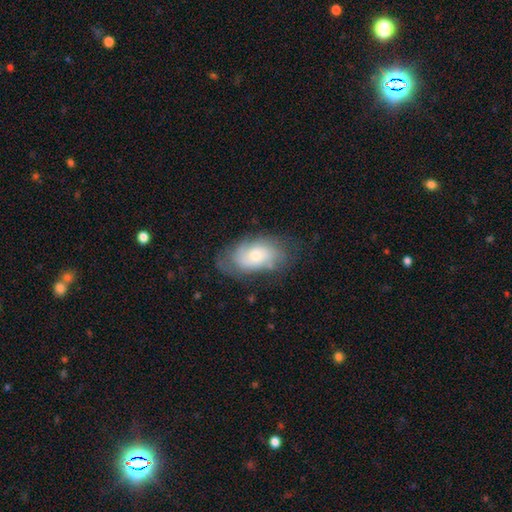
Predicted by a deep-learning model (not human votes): Smooth or featured?
  - featured or disk: 49% *
  - smooth: 43%
  - star or artifact: 8%
Merging?
  - none: 61% *
  - minor disturbance: 25%
  - major disturbance: 12%
  - merger: 2%